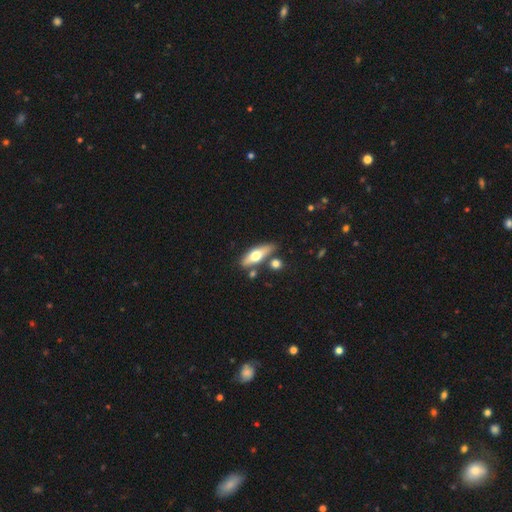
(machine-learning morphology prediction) The model was most divided on "smooth or featured": smooth: 50%, featured or disk: 44%, star or artifact: 6%. More confident: merging — none (72%).